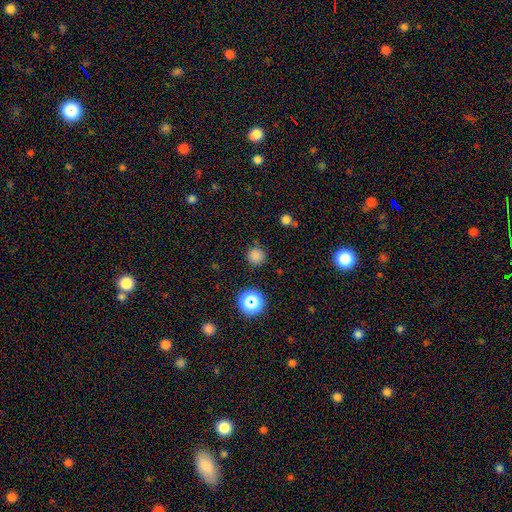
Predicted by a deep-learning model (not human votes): smooth_or_featured: smooth (p=0.79) [alt: star or artifact p=0.17]
how_rounded: round (p=0.95) [alt: in between p=0.04]
merging: none (p=0.87) [alt: minor disturbance p=0.08]